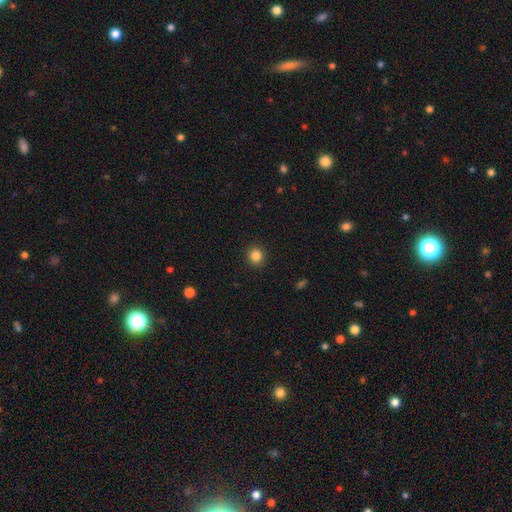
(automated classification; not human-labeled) Smooth or featured? Predicted: smooth (p=0.85). How rounded? Predicted: round (p=0.92). Merging? Predicted: none (p=0.92).